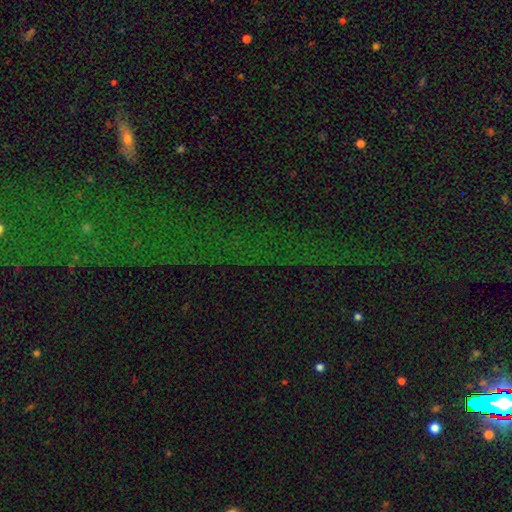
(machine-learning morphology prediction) A star or artifact, not a galaxy (79%).

Vote fractions:
- Smooth or featured? star or artifact: 79% / featured or disk: 11% / smooth: 10%